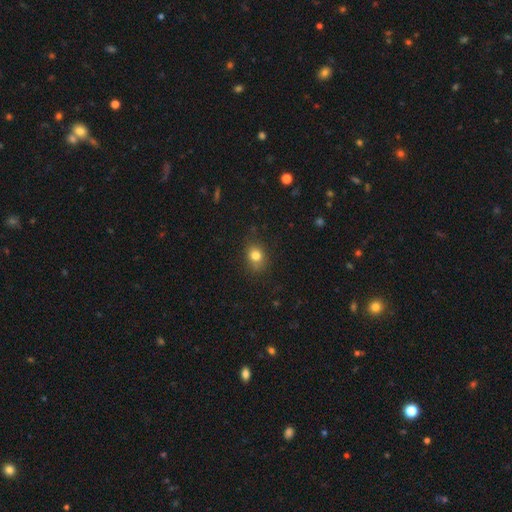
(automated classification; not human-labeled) smooth-or-featured: smooth: 80% | star or artifact: 12% | featured or disk: 8%
  how-rounded: round: 56% | in between: 43% | cigar-shaped: 1%
  merging: none: 79% | minor disturbance: 16% | major disturbance: 4% | merger: 1%